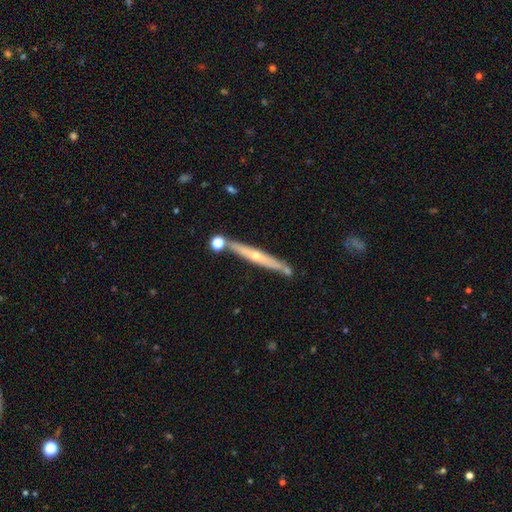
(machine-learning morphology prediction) featured or disk 65%, smooth 29%, star or artifact 6%. Down the decision tree: edge-on disk — yes (93%); edge-on bulge — rounded (66%); merging — none (79%).